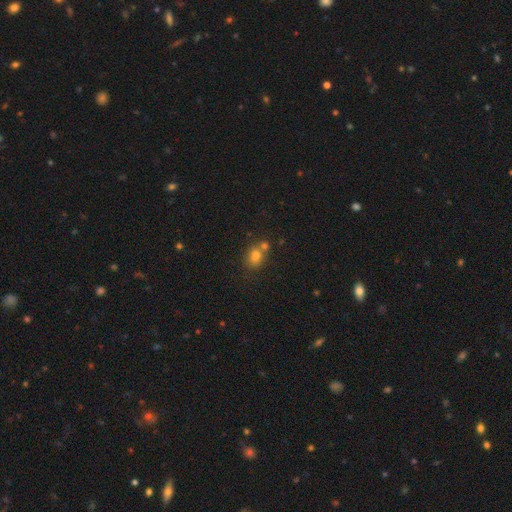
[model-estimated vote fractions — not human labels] Overall: smooth (76%). How rounded: in between (51%; round 48%). Merging: none (52%; merger 33%).